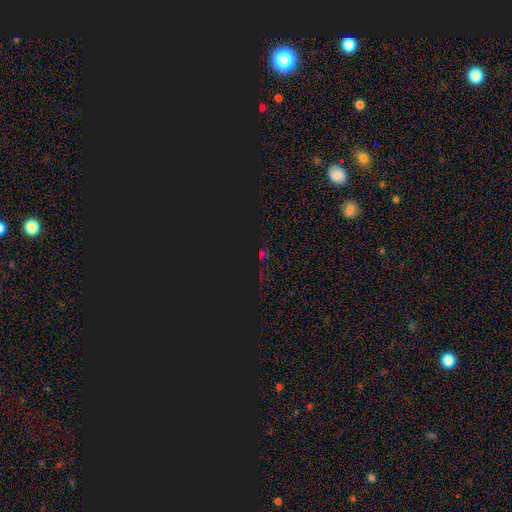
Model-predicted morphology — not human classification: A star or artifact, not a galaxy (77%).

Vote fractions:
- Smooth or featured? star or artifact: 77% / smooth: 15% / featured or disk: 8%